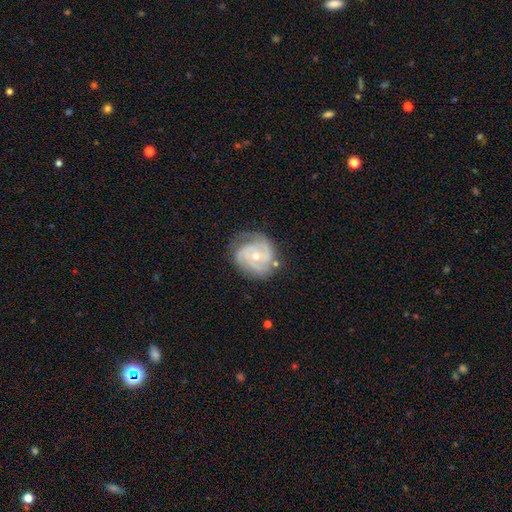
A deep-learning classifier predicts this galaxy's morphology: Smooth or featured: featured or disk — 82% (smooth — 12%)
Edge-on disk: no — 98% (yes — 2%)
Bar: no — 69% (weak — 25%)
Spiral arms: yes — 94% (no — 6%)
Spiral winding: tight — 57% (medium — 34%)
Spiral arm count: 2 — 35% (3 — 33%)
Bulge size: small — 54% (moderate — 43%)
Merging: none — 67% (minor disturbance — 22%)